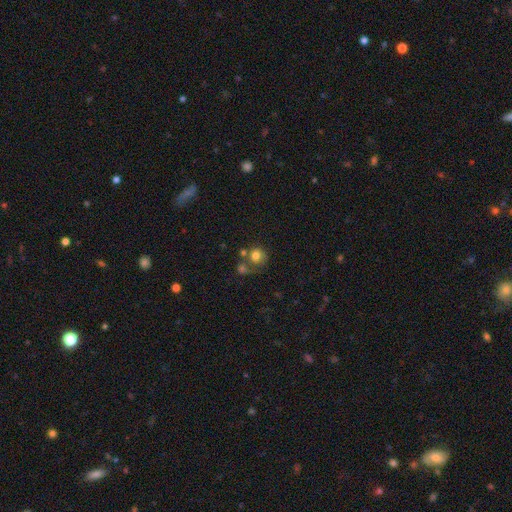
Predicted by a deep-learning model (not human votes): Smooth or featured?
  - smooth: 74% *
  - featured or disk: 15%
  - star or artifact: 11%
How rounded?
  - round: 81% *
  - in between: 18%
  - cigar-shaped: 1%
Merging?
  - none: 44% *
  - merger: 32%
  - minor disturbance: 13%
  - major disturbance: 10%